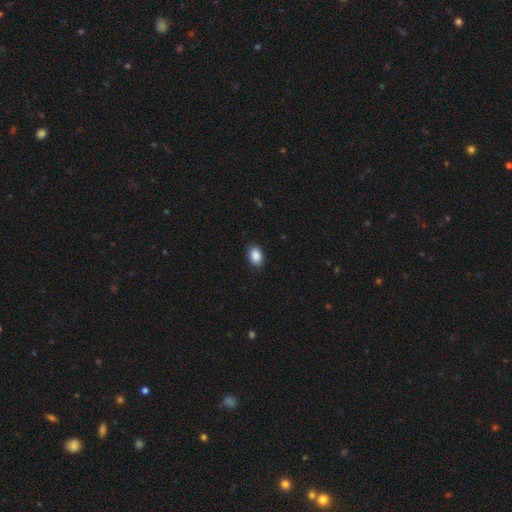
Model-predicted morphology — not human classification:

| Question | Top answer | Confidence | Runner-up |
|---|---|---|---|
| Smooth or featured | smooth | 89% | star or artifact (8%) |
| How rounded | in between | 83% | round (15%) |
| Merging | none | 88% | minor disturbance (9%) |